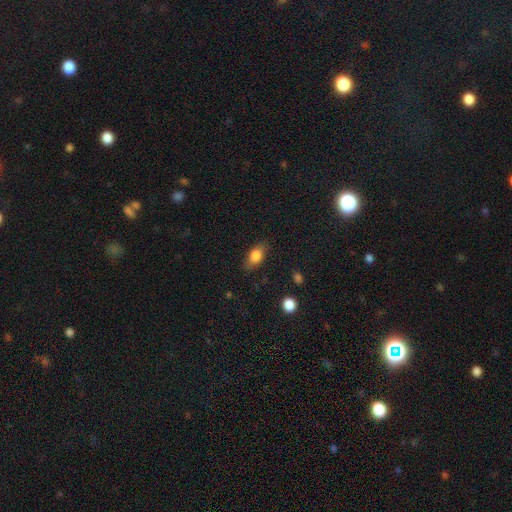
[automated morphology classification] A smooth galaxy with no disk features (80%) that is in between round and cigar-shaped (84%).

Vote fractions:
- Smooth or featured? smooth: 80% / featured or disk: 12% / star or artifact: 8%
- How rounded? in between: 84% / round: 9% / cigar-shaped: 7%
- Merging? none: 82% / minor disturbance: 13% / major disturbance: 4% / merger: 1%